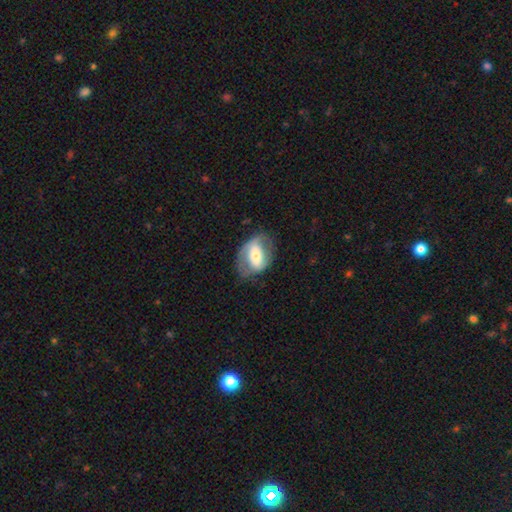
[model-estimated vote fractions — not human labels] Smooth or featured? featured or disk (52%)
Edge-on disk? no (93%)
Merging? none (59%)